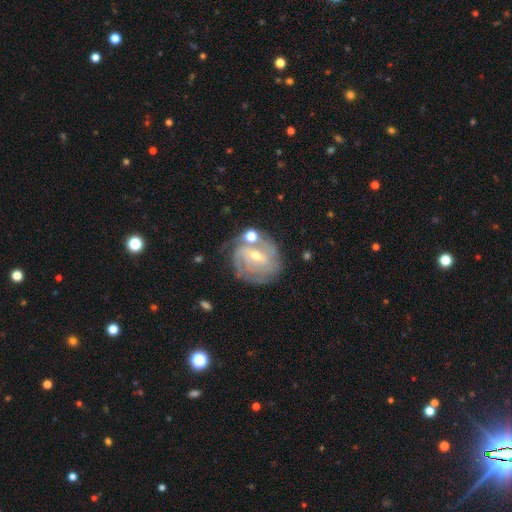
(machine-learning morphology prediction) Overall: featured or disk (80%). Edge-on disk: no (97%). Bar: weak (49%; no 32%). Spiral arms: yes (91%). Spiral arm count: can't tell (34%; 2 25%). Spiral winding: tight (64%; medium 28%). Bulge size: small (53%; moderate 43%). Merging: none (64%).